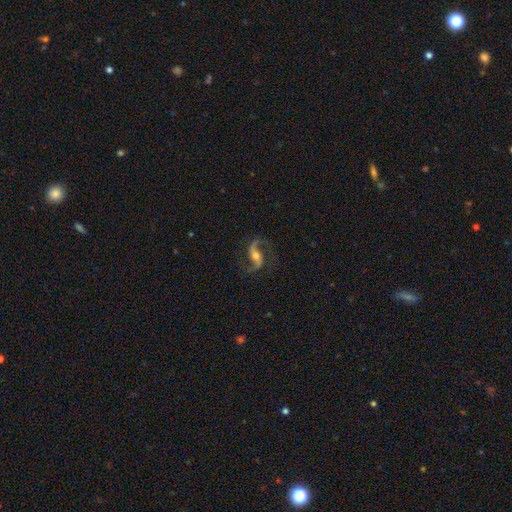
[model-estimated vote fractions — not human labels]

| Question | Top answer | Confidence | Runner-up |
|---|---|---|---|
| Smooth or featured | featured or disk | 90% | smooth (5%) |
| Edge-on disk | no | 97% | yes (3%) |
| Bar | weak | 37% | strong (32%) |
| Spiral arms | yes | 97% | no (3%) |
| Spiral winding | loose | 53% | medium (40%) |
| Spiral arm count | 2 | 93% | 1 (2%) |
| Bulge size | moderate | 65% | small (25%) |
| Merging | none | 80% | minor disturbance (11%) |